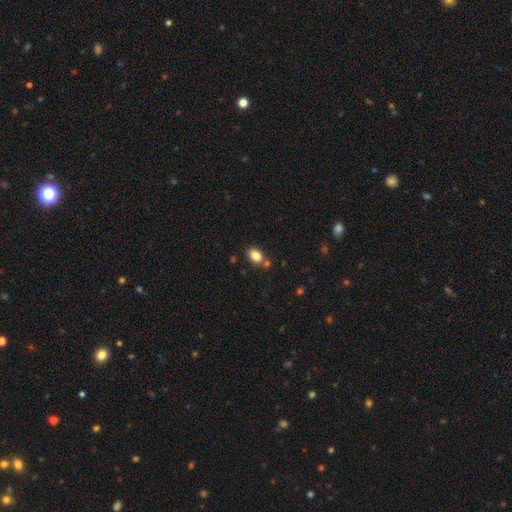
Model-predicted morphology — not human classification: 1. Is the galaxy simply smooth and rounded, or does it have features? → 84% smooth, 10% star or artifact, 6% featured or disk.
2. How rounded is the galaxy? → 76% in between, 22% round, 1% cigar-shaped.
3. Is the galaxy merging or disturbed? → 72% none, 13% minor disturbance, 11% merger, 3% major disturbance.